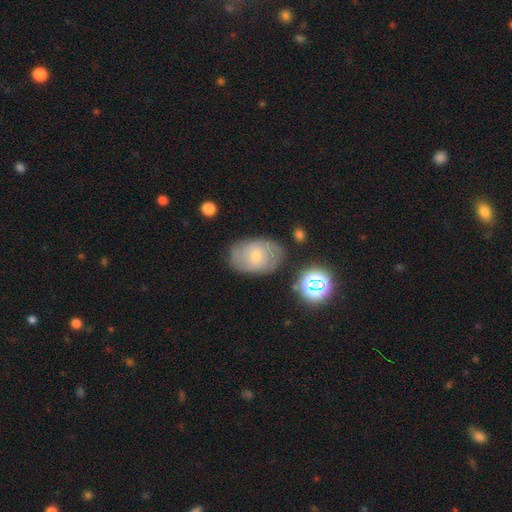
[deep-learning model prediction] Q: Smooth or featured?
A: featured or disk (51%); runner-up: smooth (39%)
Q: Edge-on disk?
A: no (95%); runner-up: yes (5%)
Q: Merging?
A: none (73%); runner-up: minor disturbance (19%)